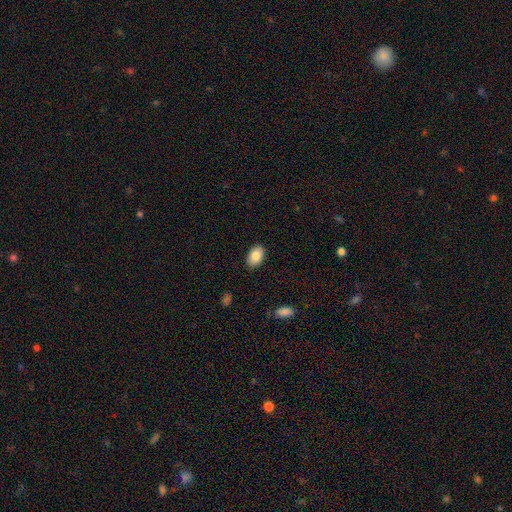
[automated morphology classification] smooth-or-featured: smooth: 86% | star or artifact: 7% | featured or disk: 7%
  how-rounded: in between: 91% | round: 8% | cigar-shaped: 1%
  merging: none: 88% | minor disturbance: 9% | major disturbance: 2% | merger: 1%